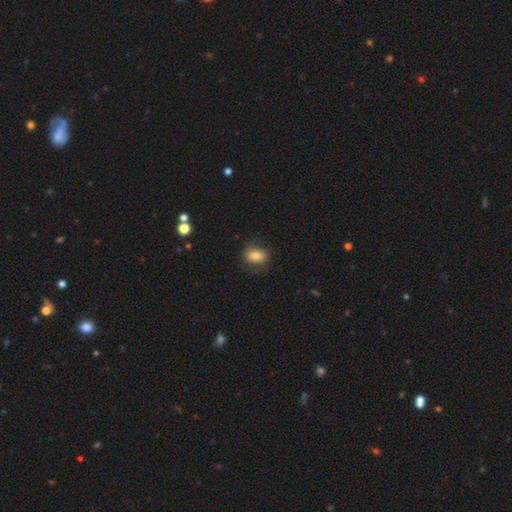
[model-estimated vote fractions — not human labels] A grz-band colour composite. It shows a smooth galaxy with no disk features (80%) that is in between round and cigar-shaped (72%). Merging: none (78%).